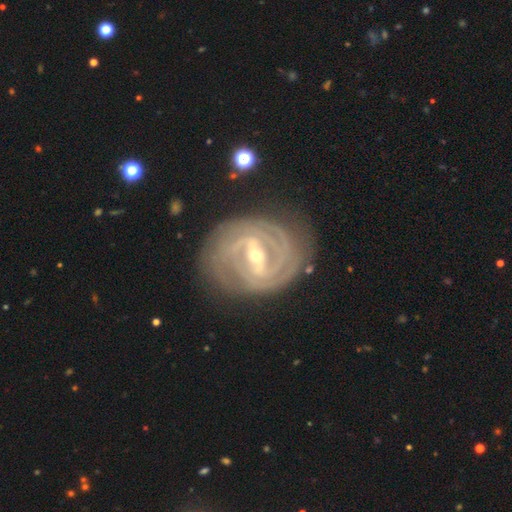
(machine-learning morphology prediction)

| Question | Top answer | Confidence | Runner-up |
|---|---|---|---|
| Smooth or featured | featured or disk | 90% | star or artifact (5%) |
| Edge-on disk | no | 96% | yes (4%) |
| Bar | strong | 63% | weak (30%) |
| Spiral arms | yes | 97% | no (3%) |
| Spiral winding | tight | 74% | medium (22%) |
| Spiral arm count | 2 | 31% | 3 (22%) |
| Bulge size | small | 56% | moderate (41%) |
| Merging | none | 79% | minor disturbance (14%) |